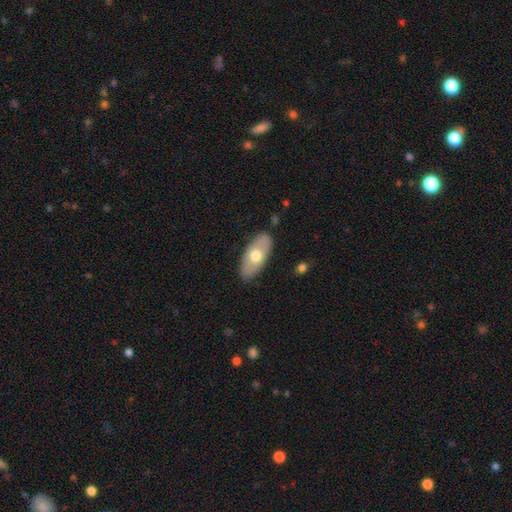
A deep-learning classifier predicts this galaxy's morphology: smooth 58%, featured or disk 37%, star or artifact 5%. Down the decision tree: how rounded — in between (90%); merging — none (86%).